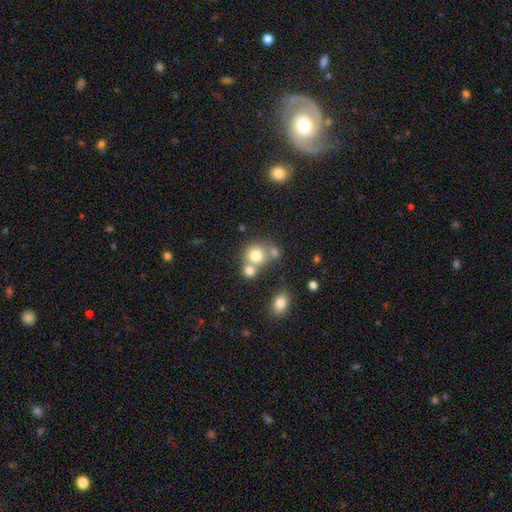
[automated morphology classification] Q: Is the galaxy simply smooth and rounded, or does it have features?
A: smooth — 76%.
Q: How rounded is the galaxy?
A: round — 81%.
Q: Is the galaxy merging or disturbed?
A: none — 45%.